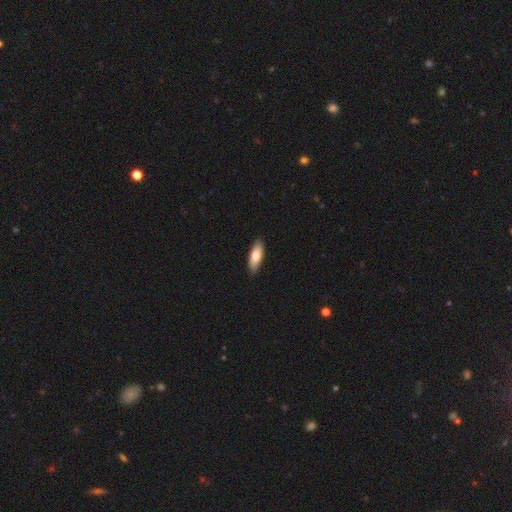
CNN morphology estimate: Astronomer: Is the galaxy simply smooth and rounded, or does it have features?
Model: smooth — 76%.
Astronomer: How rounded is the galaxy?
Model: in between — 67%.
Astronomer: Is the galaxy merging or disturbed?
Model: none — 89%.